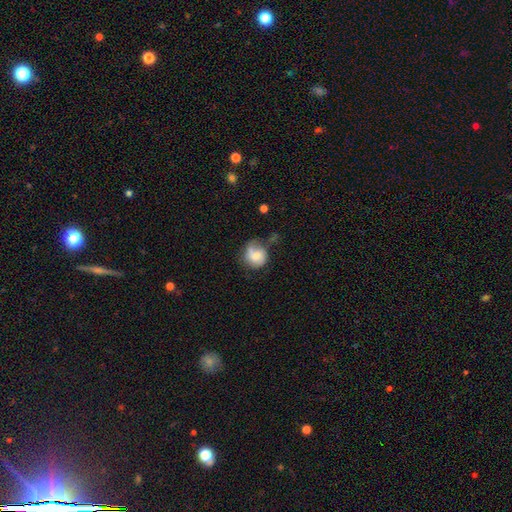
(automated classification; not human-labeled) Overall: smooth (55%; featured or disk 37%). How rounded: round (74%). Merging: none (41%; minor disturbance 31%).